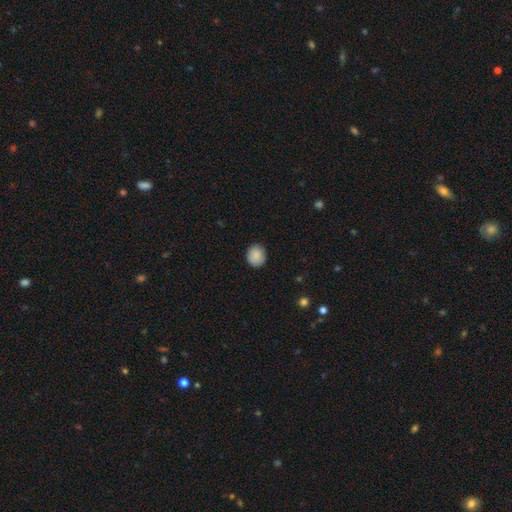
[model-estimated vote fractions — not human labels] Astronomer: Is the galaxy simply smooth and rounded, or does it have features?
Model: smooth — 88%.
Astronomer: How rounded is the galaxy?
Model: round — 74%.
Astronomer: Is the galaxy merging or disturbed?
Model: none — 88%.